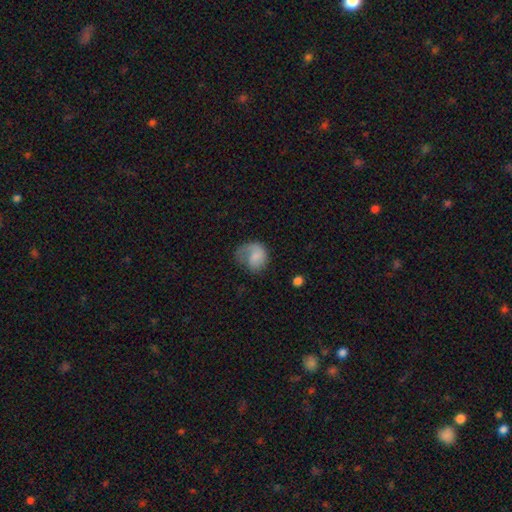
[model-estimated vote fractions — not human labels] Smooth or featured: smooth — 62% (featured or disk — 31%)
How rounded: round — 61% (in between — 38%)
Merging: major disturbance — 40% (none — 32%)